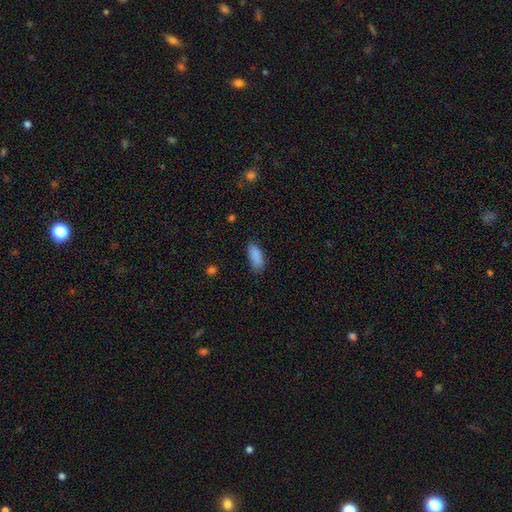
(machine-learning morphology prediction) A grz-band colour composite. It shows a smooth galaxy with no disk features (88%) that is in between round and cigar-shaped (81%). Merging: none (76%).